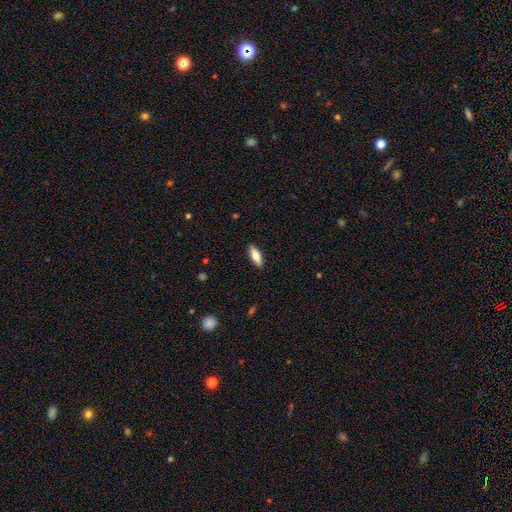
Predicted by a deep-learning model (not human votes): Overall: smooth (70%). How rounded: in between (63%; cigar-shaped 35%). Merging: none (89%).